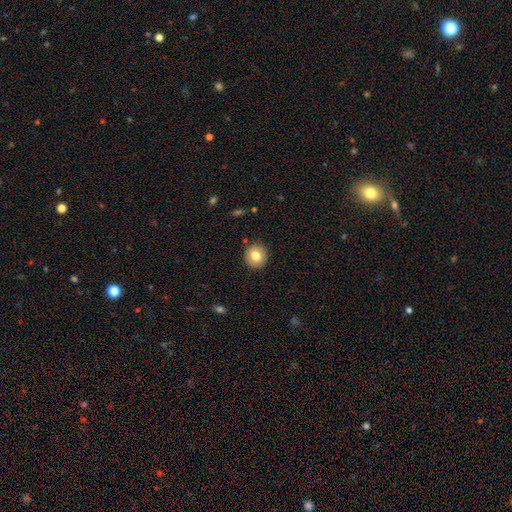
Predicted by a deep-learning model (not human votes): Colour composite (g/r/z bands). It shows a smooth galaxy with no disk features (79%) that is round (90%). Merging: none (91%).